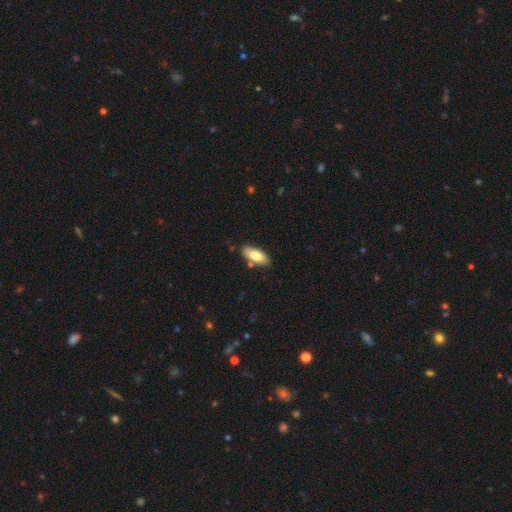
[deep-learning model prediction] Smooth or featured? Predicted: smooth (p=0.77). How rounded? Predicted: in between (p=0.81). Merging? Predicted: none (p=0.82).